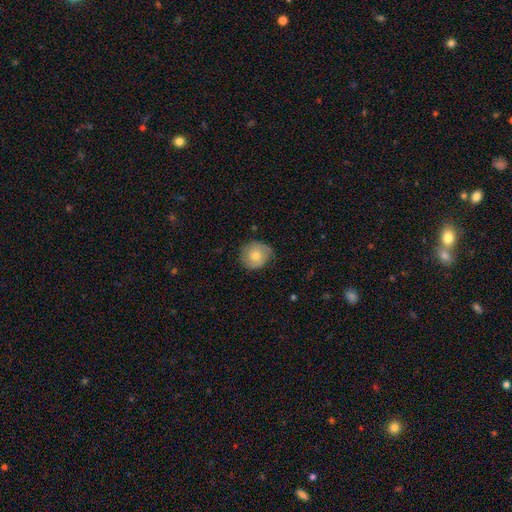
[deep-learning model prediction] Smooth or featured: smooth — 51% (featured or disk — 41%)
How rounded: round — 85% (in between — 14%)
Merging: none — 74% (minor disturbance — 20%)